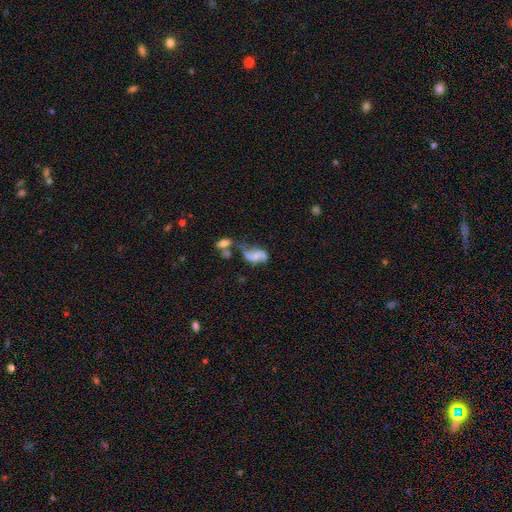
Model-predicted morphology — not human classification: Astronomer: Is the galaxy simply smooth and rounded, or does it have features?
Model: featured or disk — 66%.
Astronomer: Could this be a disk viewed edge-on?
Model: no — 96%.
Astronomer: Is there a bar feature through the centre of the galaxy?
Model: no — 53% (runner-up: weak, 35%).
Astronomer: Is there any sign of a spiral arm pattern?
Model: yes — 86%.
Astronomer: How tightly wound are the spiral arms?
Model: loose — 72%.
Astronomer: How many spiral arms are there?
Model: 2 — 86%.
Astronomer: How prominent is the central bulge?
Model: small — 41% (runner-up: none, 31%).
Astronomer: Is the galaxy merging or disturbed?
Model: merger — 32% (runner-up: none, 31%).